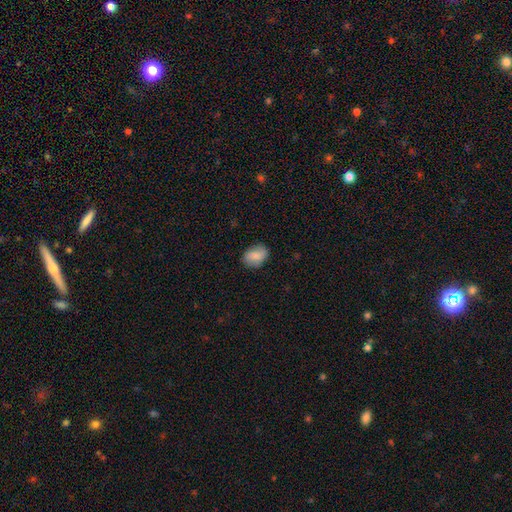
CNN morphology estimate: Smooth or featured? smooth (81%)
How rounded? in between (77%)
Merging? none (79%)